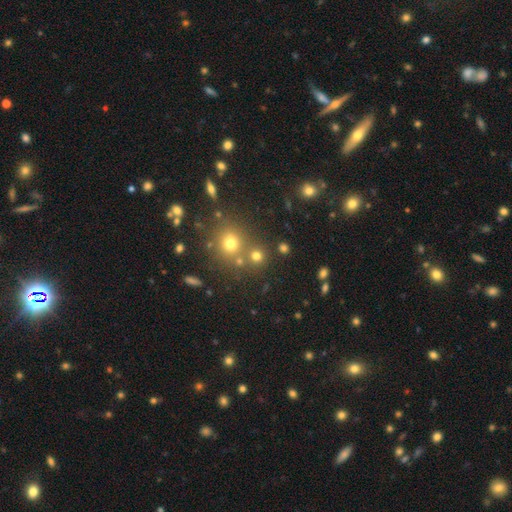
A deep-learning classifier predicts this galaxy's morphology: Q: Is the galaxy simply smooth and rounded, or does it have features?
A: smooth — 60%.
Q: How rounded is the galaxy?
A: round — 87%.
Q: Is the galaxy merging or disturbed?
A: none — 71%.